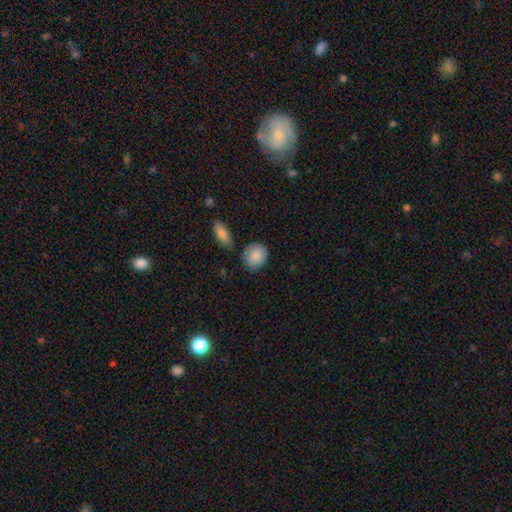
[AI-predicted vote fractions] Q: Smooth or featured?
A: smooth (88%); runner-up: star or artifact (6%)
Q: How rounded?
A: round (63%); runner-up: in between (35%)
Q: Merging?
A: none (77%); runner-up: minor disturbance (15%)